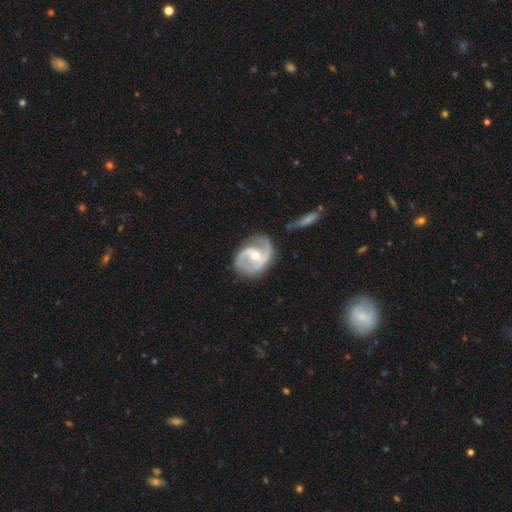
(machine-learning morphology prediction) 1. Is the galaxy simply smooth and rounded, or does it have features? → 88% featured or disk, 7% smooth, 4% star or artifact.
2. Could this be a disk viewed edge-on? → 97% no, 3% yes.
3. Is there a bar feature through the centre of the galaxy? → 41% weak, 37% no, 22% strong.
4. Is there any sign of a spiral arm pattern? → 95% yes, 5% no.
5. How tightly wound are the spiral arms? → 52% medium, 26% tight, 22% loose.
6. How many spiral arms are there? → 84% 2, 7% 1, 5% can't tell, 2% 3, 1% 4, 1% more than 4.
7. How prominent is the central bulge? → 56% moderate, 41% small, 2% large, 1% none, 1% dominant.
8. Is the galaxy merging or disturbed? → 65% none, 22% minor disturbance, 10% major disturbance, 3% merger.